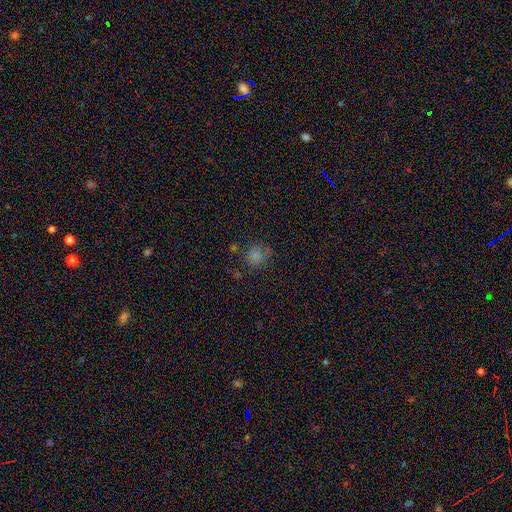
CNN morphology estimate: Overall: smooth (76%). How rounded: round (88%). Merging: none (74%).